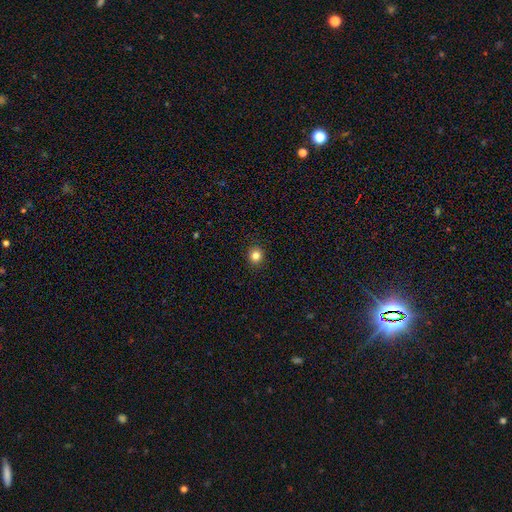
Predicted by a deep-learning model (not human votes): Smooth or featured?
  - smooth: 83% *
  - star or artifact: 12%
  - featured or disk: 5%
How rounded?
  - round: 88% *
  - in between: 12%
  - cigar-shaped: 1%
Merging?
  - none: 93% *
  - minor disturbance: 5%
  - major disturbance: 2%
  - merger: 1%